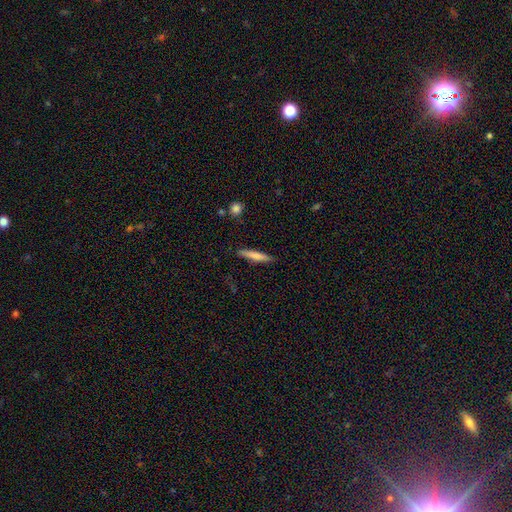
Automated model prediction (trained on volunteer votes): This is likely a smooth galaxy (68%). How rounded: clearly cigar-shaped (92%). Merging: clearly none (88%).